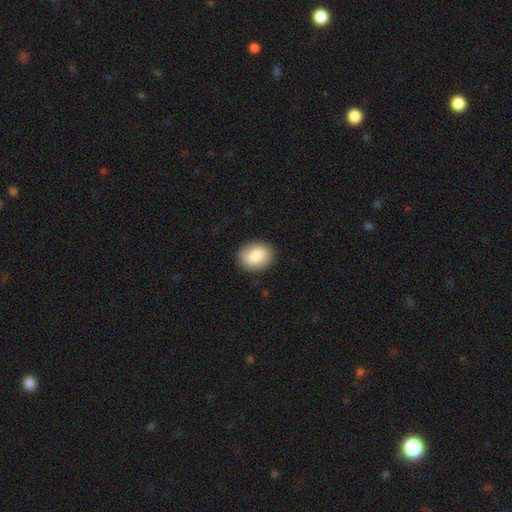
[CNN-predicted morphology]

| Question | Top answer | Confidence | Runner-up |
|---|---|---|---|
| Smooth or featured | smooth | 82% | featured or disk (12%) |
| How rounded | in between | 60% | round (39%) |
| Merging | none | 87% | minor disturbance (10%) |